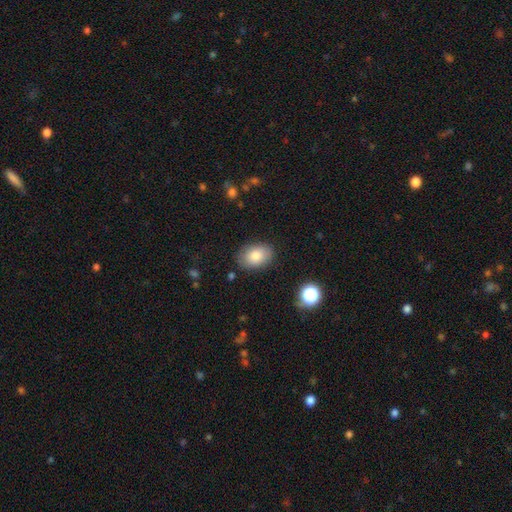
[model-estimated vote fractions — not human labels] smooth_or_featured: smooth (p=0.83) [alt: featured or disk p=0.09]
how_rounded: in between (p=0.82) [alt: round p=0.17]
merging: none (p=0.84) [alt: minor disturbance p=0.11]